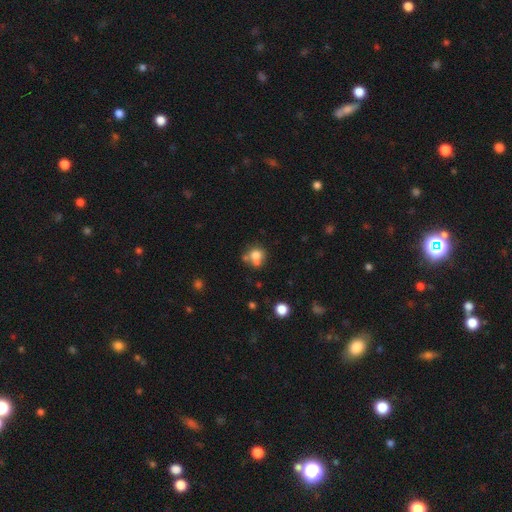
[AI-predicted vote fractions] Overall: smooth (73%). How rounded: round (77%). Merging: none (47%; merger 33%).